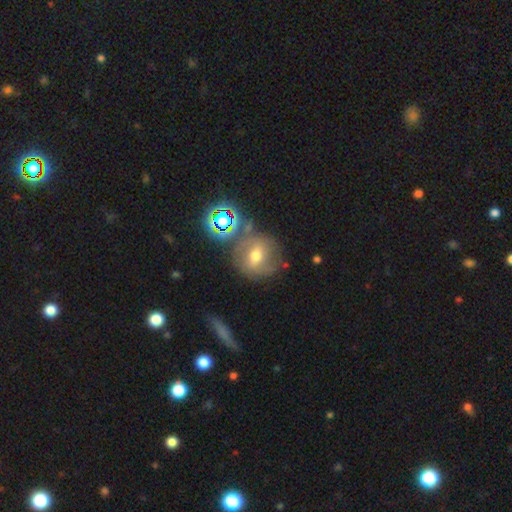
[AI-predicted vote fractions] Smooth or featured? Predicted: featured or disk (p=0.44). Merging? Predicted: none (p=0.63).